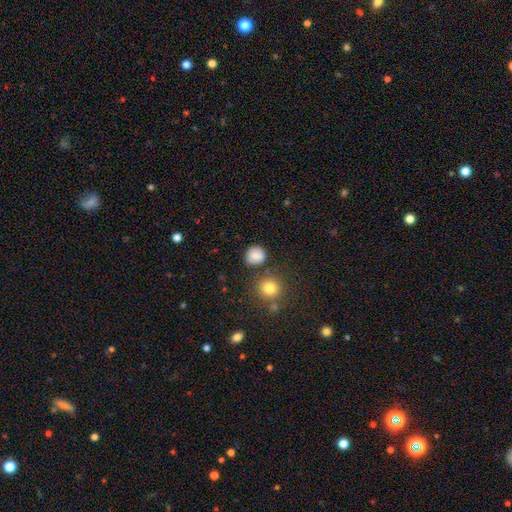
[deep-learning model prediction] Morphology: type=smooth (83%); roundness=round (88%); merging=none (82%).